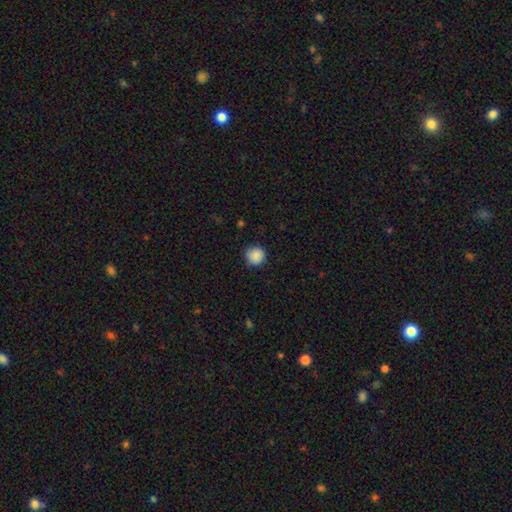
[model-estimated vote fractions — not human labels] smooth_or_featured: smooth (p=0.89) [alt: star or artifact p=0.09]
how_rounded: round (p=0.94) [alt: in between p=0.05]
merging: none (p=0.87) [alt: minor disturbance p=0.09]